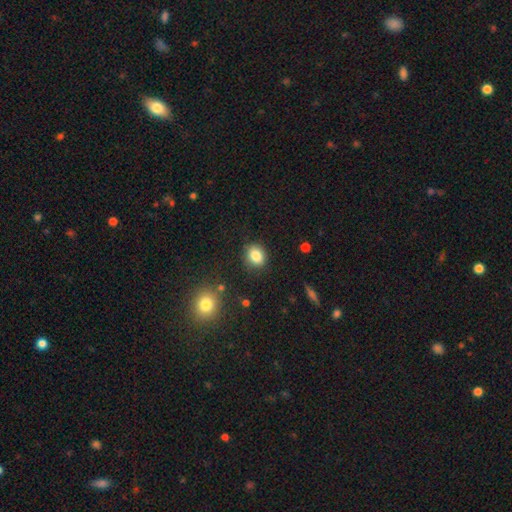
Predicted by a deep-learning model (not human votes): Smooth or featured?
  - smooth: 84% *
  - star or artifact: 10%
  - featured or disk: 6%
How rounded?
  - round: 58% *
  - in between: 41%
  - cigar-shaped: 1%
Merging?
  - none: 84% *
  - minor disturbance: 11%
  - major disturbance: 3%
  - merger: 2%